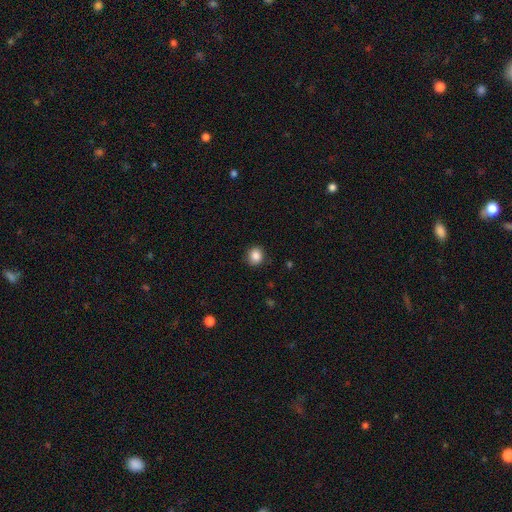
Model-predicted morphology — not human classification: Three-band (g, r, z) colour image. It shows a smooth galaxy with no disk features (87%) that is round (78%). Merging: none (86%).